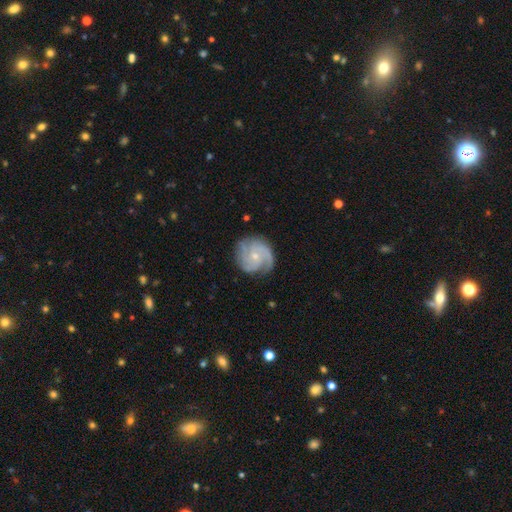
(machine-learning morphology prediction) Smooth or featured? featured or disk (87%)
Edge-on disk? no (98%)
Bar? no (70%)
Spiral arms? yes (98%)
Spiral winding? tight (52%)
Spiral arm count? 3 (46%)
Bulge size? small (72%)
Merging? none (78%)